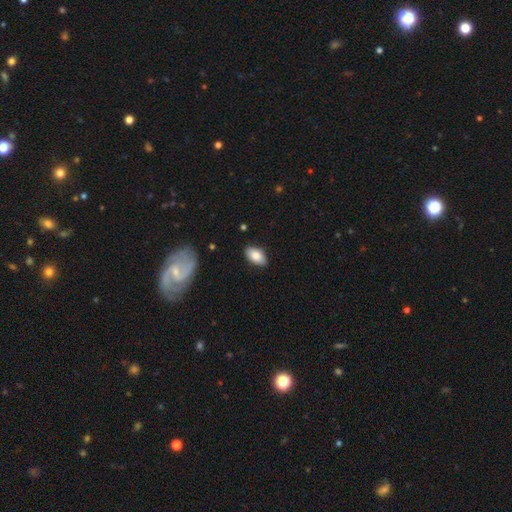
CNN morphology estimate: Smooth or featured? smooth (83%)
How rounded? in between (93%)
Merging? none (85%)